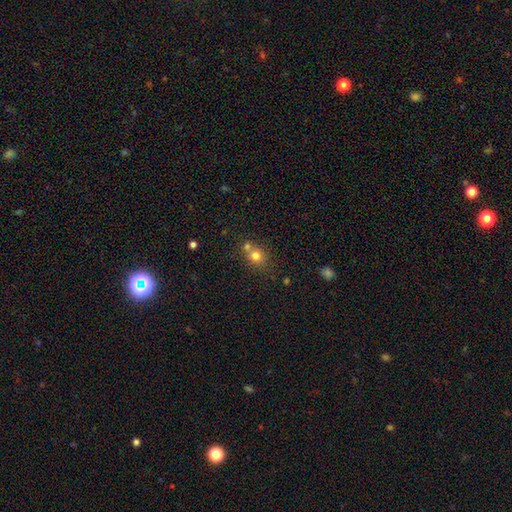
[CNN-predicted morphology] A smooth galaxy with no disk features (77%) that is round (80%).

Vote fractions:
- Smooth or featured? smooth: 77% / star or artifact: 14% / featured or disk: 9%
- How rounded? round: 80% / in between: 19% / cigar-shaped: 1%
- Merging? none: 53% / merger: 36% / minor disturbance: 8% / major disturbance: 3%